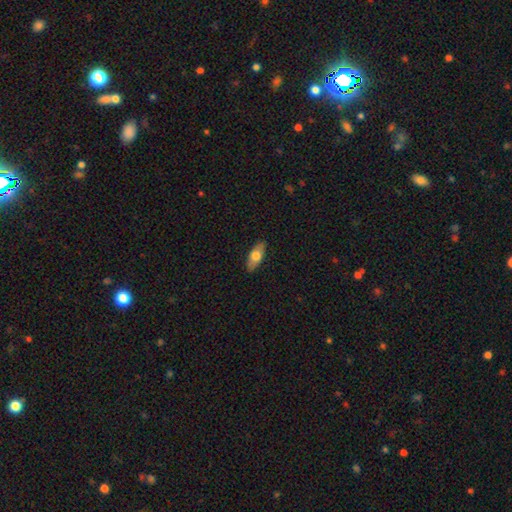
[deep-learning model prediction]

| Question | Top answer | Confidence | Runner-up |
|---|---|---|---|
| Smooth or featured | smooth | 63% | featured or disk (31%) |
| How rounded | in between | 81% | cigar-shaped (16%) |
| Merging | none | 87% | minor disturbance (10%) |